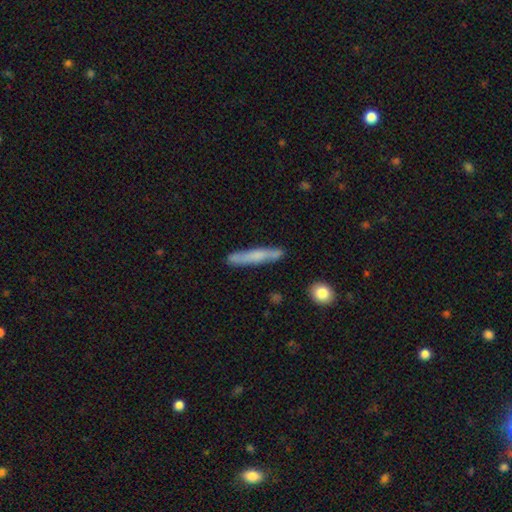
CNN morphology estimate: The model was most divided on "smooth or featured": smooth: 58%, featured or disk: 36%, star or artifact: 6%. More confident: how rounded — cigar-shaped (93%); merging — none (80%).